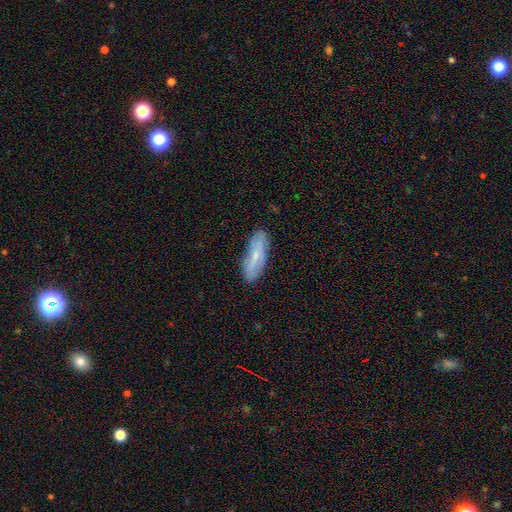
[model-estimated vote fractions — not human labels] A smooth galaxy with no disk features (59%) that is in between round and cigar-shaped (56%). Merging: none (83%).